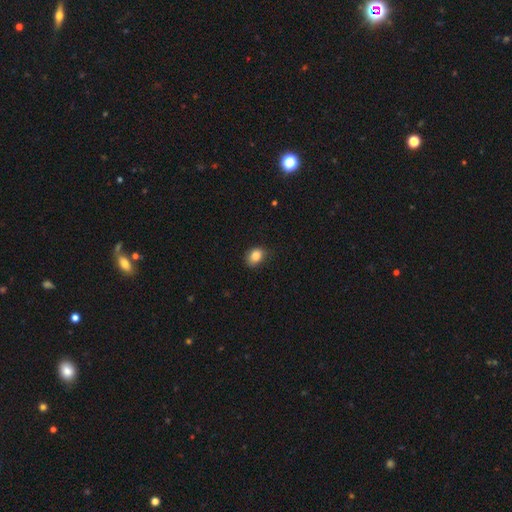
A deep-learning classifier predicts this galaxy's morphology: Q: Smooth or featured?
A: smooth (85%); runner-up: star or artifact (9%)
Q: How rounded?
A: in between (66%); runner-up: round (33%)
Q: Merging?
A: none (77%); runner-up: minor disturbance (19%)